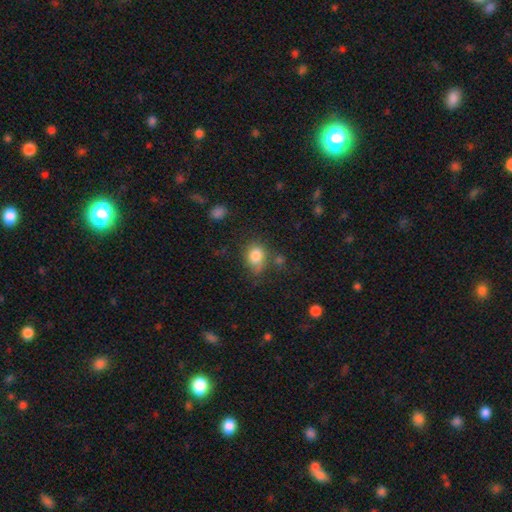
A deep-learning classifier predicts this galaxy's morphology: Smooth or featured?
  - smooth: 82% *
  - star or artifact: 10%
  - featured or disk: 8%
How rounded?
  - in between: 51% *
  - round: 48%
  - cigar-shaped: 1%
Merging?
  - none: 58% *
  - minor disturbance: 25%
  - major disturbance: 9%
  - merger: 8%